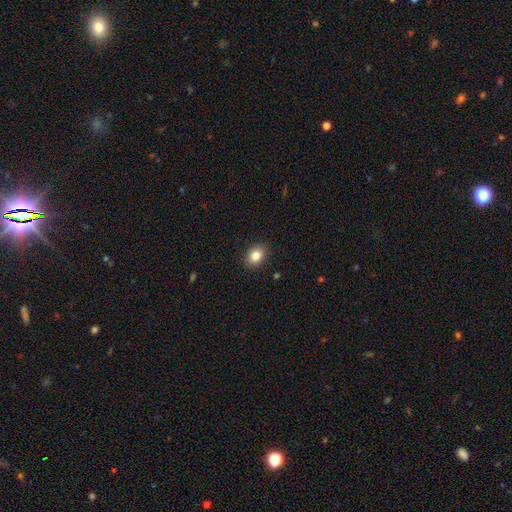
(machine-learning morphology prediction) This is clearly a smooth galaxy (84%). How rounded: possibly in between (60%). Merging: clearly none (89%).